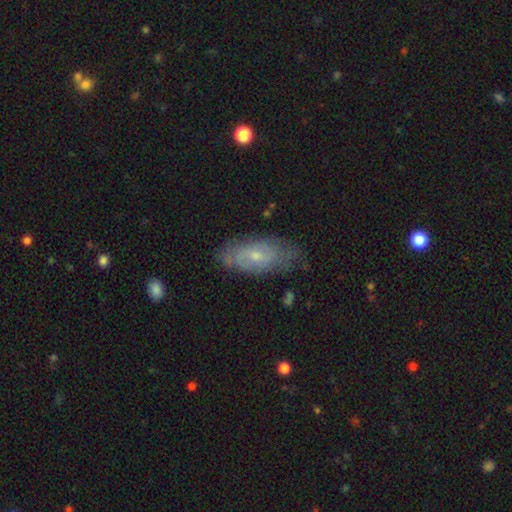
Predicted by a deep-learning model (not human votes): featured or disk 55%, smooth 37%, star or artifact 7%. Down the decision tree: edge-on disk — no (88%); merging — none (69%).